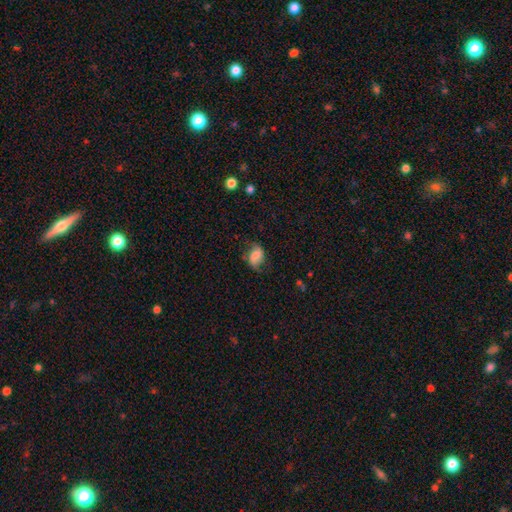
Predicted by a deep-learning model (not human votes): Smooth or featured: smooth — 60% (featured or disk — 31%)
How rounded: in between — 79% (round — 20%)
Merging: none — 54% (minor disturbance — 29%)